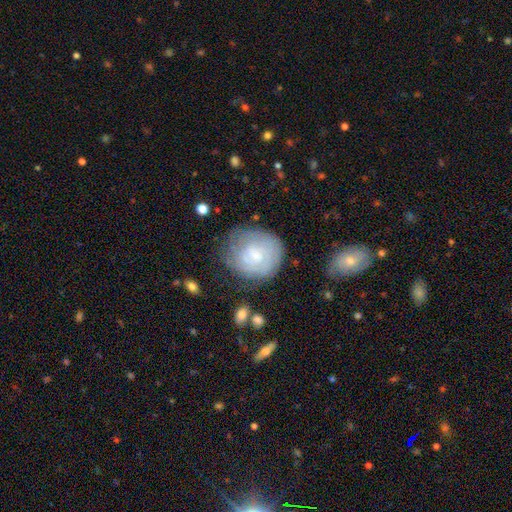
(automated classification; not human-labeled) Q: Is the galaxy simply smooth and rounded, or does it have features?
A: featured or disk — 58%.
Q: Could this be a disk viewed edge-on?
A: no — 97%.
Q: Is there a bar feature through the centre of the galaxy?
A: no — 63%.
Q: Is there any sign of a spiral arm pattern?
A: yes — 82%.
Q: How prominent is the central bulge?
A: small — 60%.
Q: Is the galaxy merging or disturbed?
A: none — 69%.